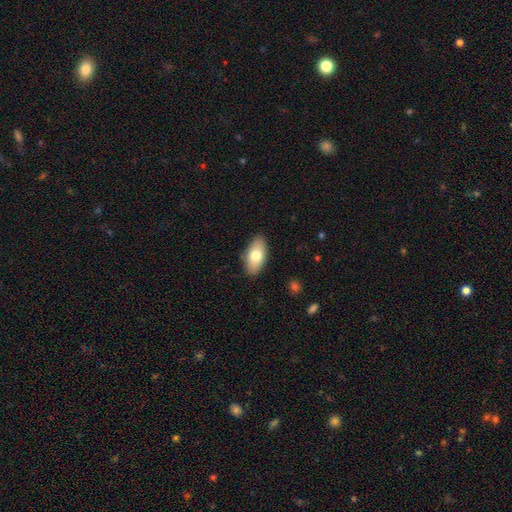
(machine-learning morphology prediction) Smooth or featured: smooth — 75% (featured or disk — 19%)
How rounded: in between — 92% (cigar-shaped — 5%)
Merging: none — 87% (minor disturbance — 10%)